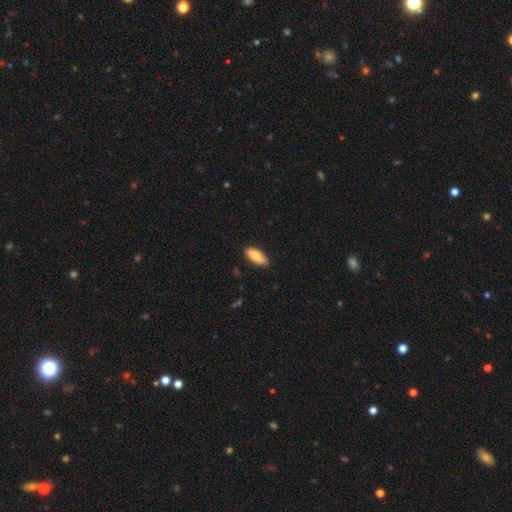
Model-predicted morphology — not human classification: Q: Smooth or featured?
A: smooth (83%); runner-up: featured or disk (11%)
Q: How rounded?
A: in between (84%); runner-up: cigar-shaped (14%)
Q: Merging?
A: none (86%); runner-up: minor disturbance (11%)